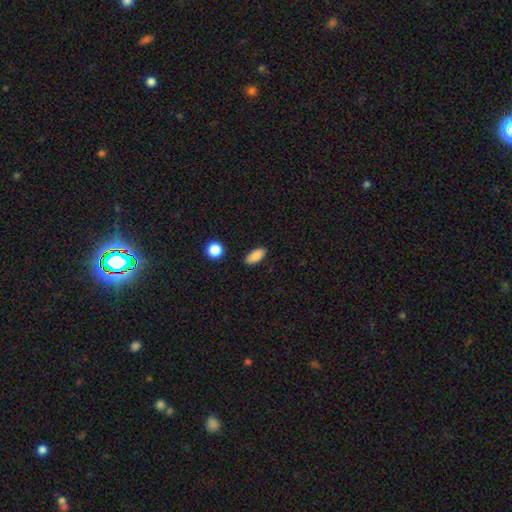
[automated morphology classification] Overall: smooth (87%). How rounded: in between (84%). Merging: none (86%).